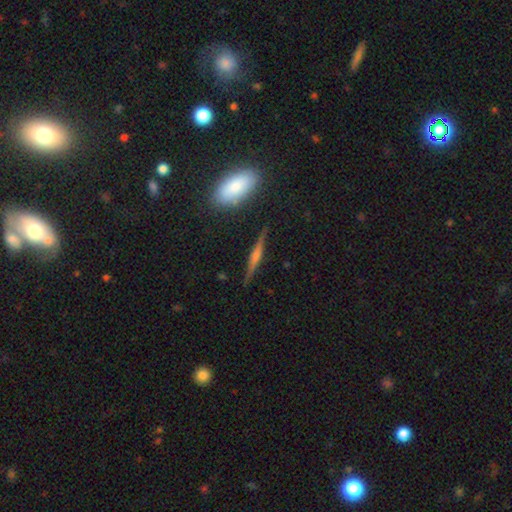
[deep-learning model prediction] Smooth or featured: featured or disk — 65% (smooth — 26%)
Edge-on disk: yes — 97% (no — 3%)
Edge-on bulge: rounded — 67% (boxy — 19%)
Merging: none — 85% (minor disturbance — 10%)